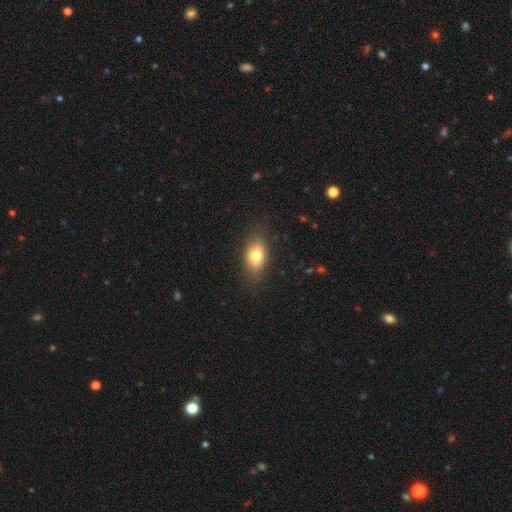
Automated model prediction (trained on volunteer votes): smooth 75%, featured or disk 17%, star or artifact 9%. Down the decision tree: how rounded — in between (83%); merging — none (81%).